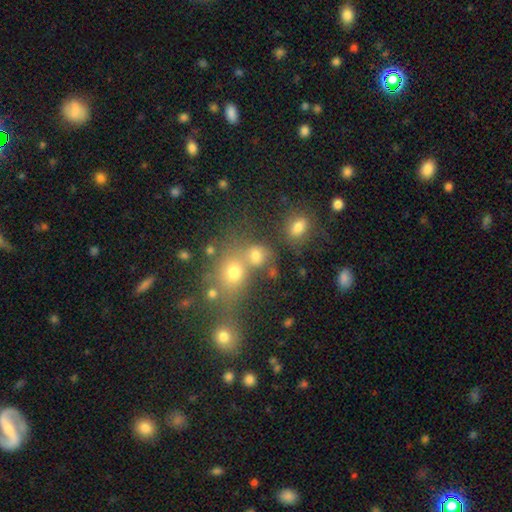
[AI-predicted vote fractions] The model was most divided on "merging" (2-way tie): merger: 42%, none: 42%, minor disturbance: 10%, major disturbance: 6%. More confident: smooth or featured — smooth (69%); how rounded — round (63%).